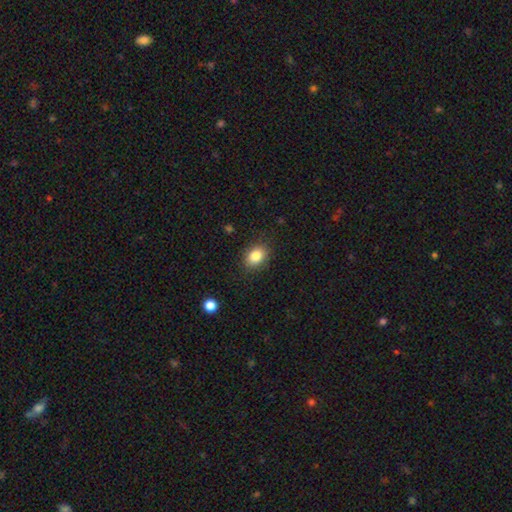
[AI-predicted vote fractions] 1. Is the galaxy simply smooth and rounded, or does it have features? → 85% smooth, 9% star or artifact, 6% featured or disk.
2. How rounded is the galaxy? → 68% in between, 31% round, 1% cigar-shaped.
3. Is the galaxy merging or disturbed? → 84% none, 11% minor disturbance, 3% major disturbance, 1% merger.